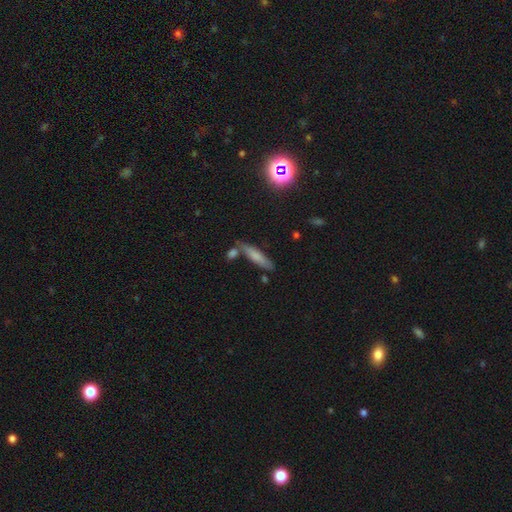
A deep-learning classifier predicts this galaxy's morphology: This appears to be a smooth galaxy with no disk features (72%) that is cigar-shaped (78%). Merging: none (71%).